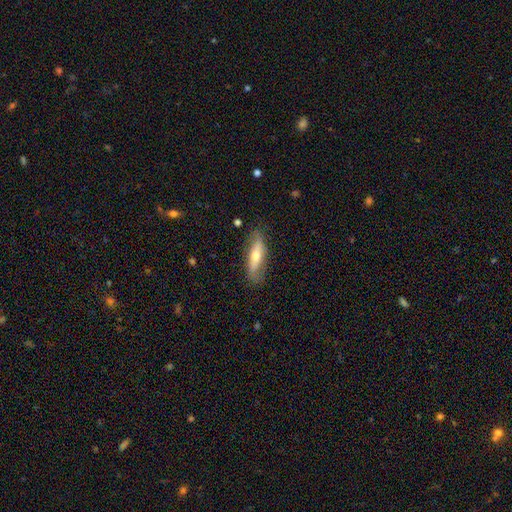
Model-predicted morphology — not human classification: This is possibly a smooth galaxy (48%). Merging: likely none (79%).